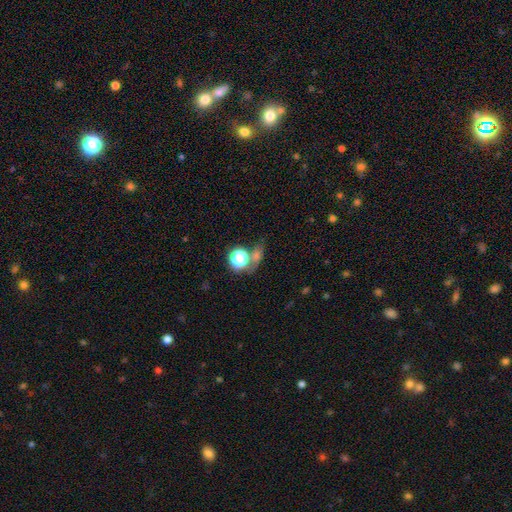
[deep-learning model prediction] Smooth or featured? star or artifact (50%)